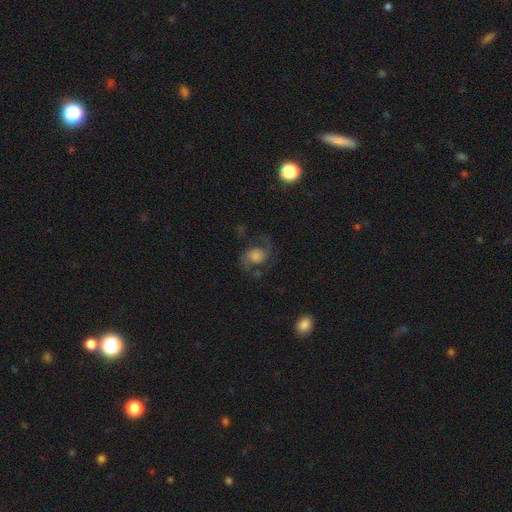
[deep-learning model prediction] Smooth or featured?
  - featured or disk: 80% *
  - smooth: 11%
  - star or artifact: 9%
Edge-on disk?
  - no: 98% *
  - yes: 2%
Bar?
  - no: 65% *
  - weak: 29%
  - strong: 6%
Spiral arms?
  - yes: 96% *
  - no: 4%
Spiral winding?
  - medium: 49% *
  - loose: 41%
  - tight: 10%
Spiral arm count?
  - 2: 93% *
  - can't tell: 2%
  - 1: 2%
  - 3: 1%
  - 4: 1%
  - more than 4: 1%
Bulge size?
  - moderate: 31% *
  - large: 28%
  - small: 22%
  - none: 14%
  - dominant: 6%
Merging?
  - none: 72% *
  - minor disturbance: 14%
  - major disturbance: 12%
  - merger: 2%